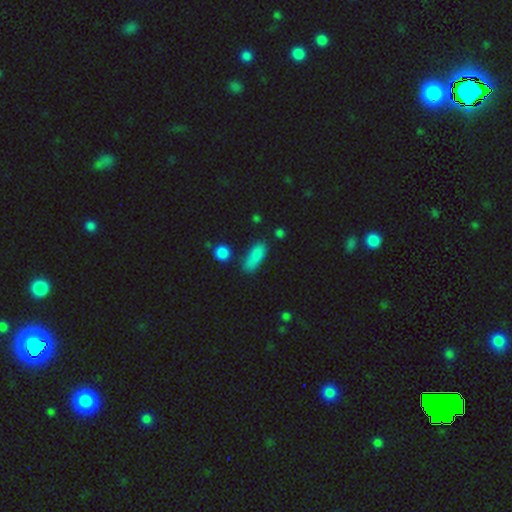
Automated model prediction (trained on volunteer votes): Overall: smooth (83%). How rounded: in between (65%; cigar-shaped 30%). Merging: none (63%; minor disturbance 23%).